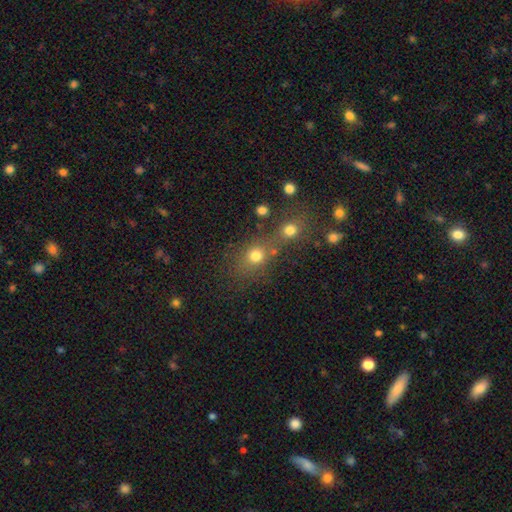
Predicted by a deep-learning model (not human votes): Smooth or featured? smooth (73%)
How rounded? round (77%)
Merging? none (50%)